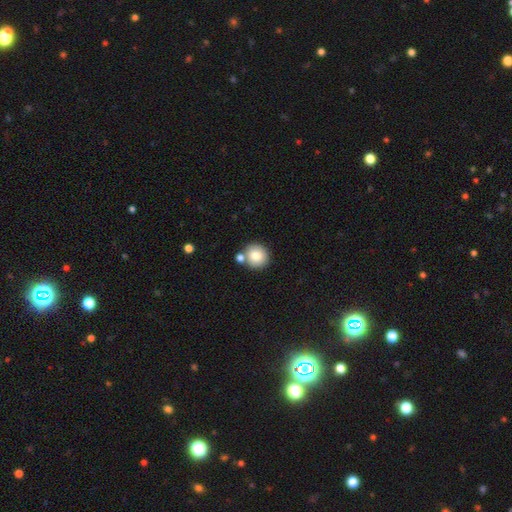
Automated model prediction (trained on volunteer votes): Smooth or featured: smooth — 80% (featured or disk — 11%)
How rounded: round — 92% (in between — 7%)
Merging: none — 71% (merger — 18%)